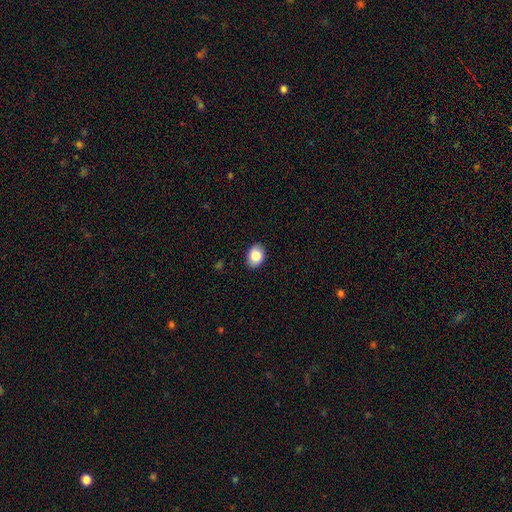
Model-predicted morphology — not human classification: smooth 87%, star or artifact 7%, featured or disk 5%. Down the decision tree: how rounded — in between (67%); merging — none (89%).